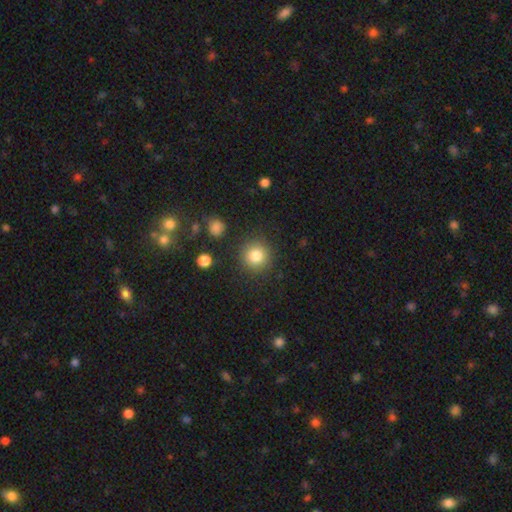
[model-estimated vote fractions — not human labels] A smooth galaxy with no disk features (82%) that is round (93%). Merging: none (88%).